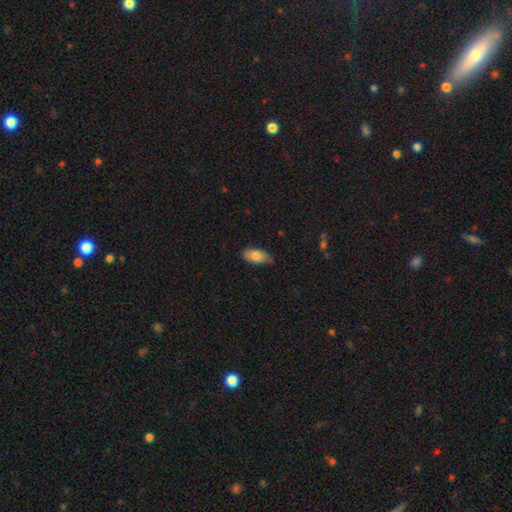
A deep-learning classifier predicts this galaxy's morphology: The model was most divided on "merging": none: 69%, minor disturbance: 26%, major disturbance: 3%, merger: 1%. More confident: how rounded — in between (93%); smooth or featured — smooth (80%).